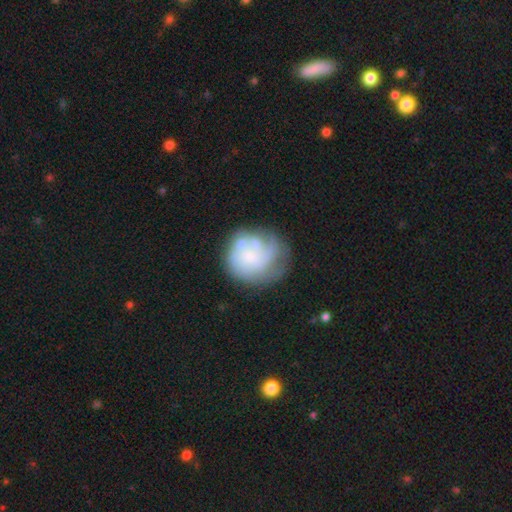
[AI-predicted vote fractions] This is possibly a featured or disk galaxy (52%). It is clearly not viewed edge-on (98%). Bar: likely no (78%). Spiral arm pattern: likely yes (66%). Central bulge: marginally none (39%). Merging: possibly none (53%).